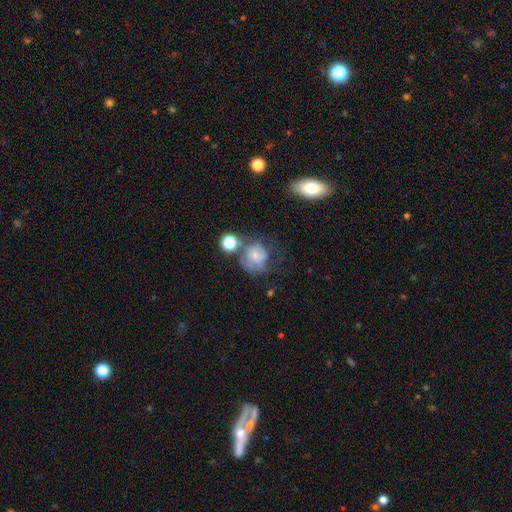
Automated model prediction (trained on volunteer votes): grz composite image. It shows a featured or disk galaxy (44%). Merging: none (35%).